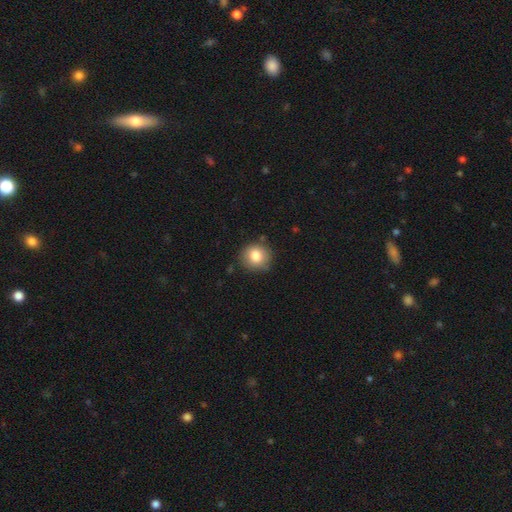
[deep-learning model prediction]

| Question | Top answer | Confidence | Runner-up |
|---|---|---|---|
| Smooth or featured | smooth | 82% | star or artifact (9%) |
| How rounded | round | 88% | in between (11%) |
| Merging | none | 84% | minor disturbance (12%) |